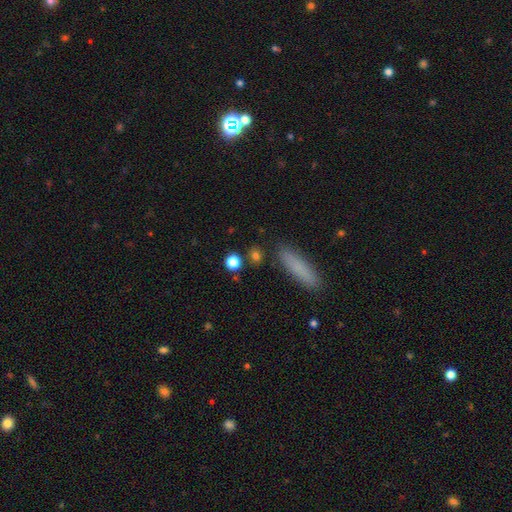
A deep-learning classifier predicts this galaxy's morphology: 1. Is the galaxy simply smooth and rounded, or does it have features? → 81% smooth, 12% star or artifact, 7% featured or disk.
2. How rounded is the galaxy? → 67% round, 23% in between, 10% cigar-shaped.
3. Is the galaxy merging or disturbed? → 83% none, 8% minor disturbance, 6% merger, 3% major disturbance.